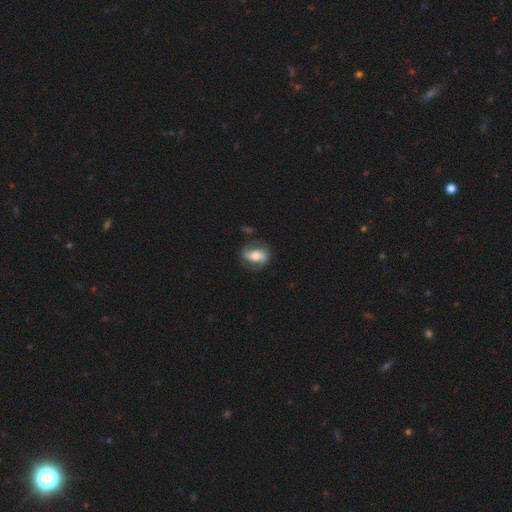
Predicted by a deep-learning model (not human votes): Morphology: type=featured or disk (57%); edge-on=no (92%); bar=strong (39%); spiral arms=yes (76%); bulge=moderate (65%); merging=none (71%).